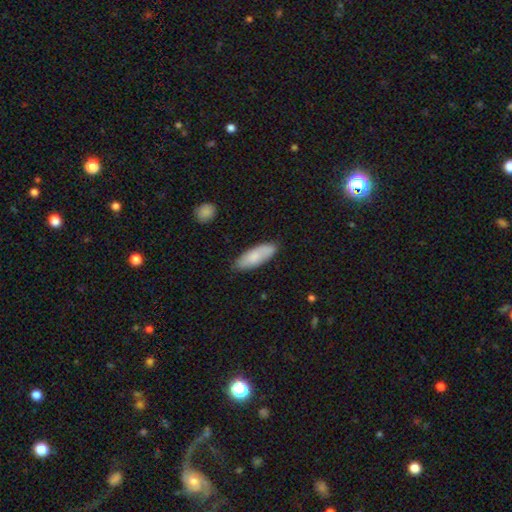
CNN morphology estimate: type=smooth (79%); roundness=in between (66%); merging=none (80%).